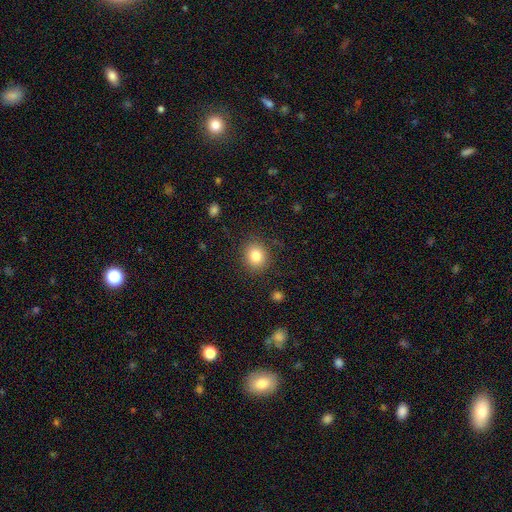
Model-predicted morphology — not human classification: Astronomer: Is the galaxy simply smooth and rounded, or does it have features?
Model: smooth — 82%.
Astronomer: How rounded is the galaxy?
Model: round — 73%.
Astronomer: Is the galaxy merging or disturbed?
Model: none — 86%.